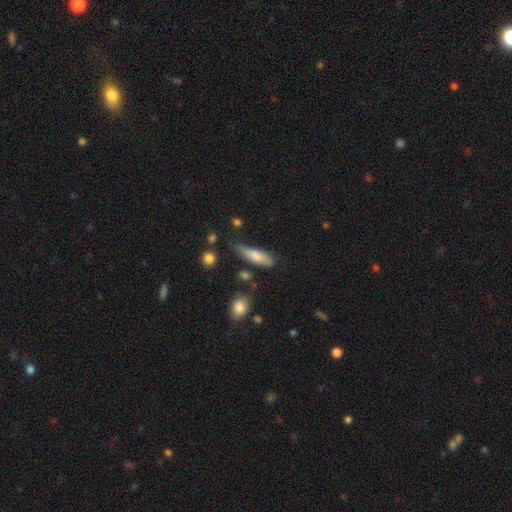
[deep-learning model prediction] A smooth galaxy with no disk features (72%) that is cigar-shaped (57%). Merging: none (54%).